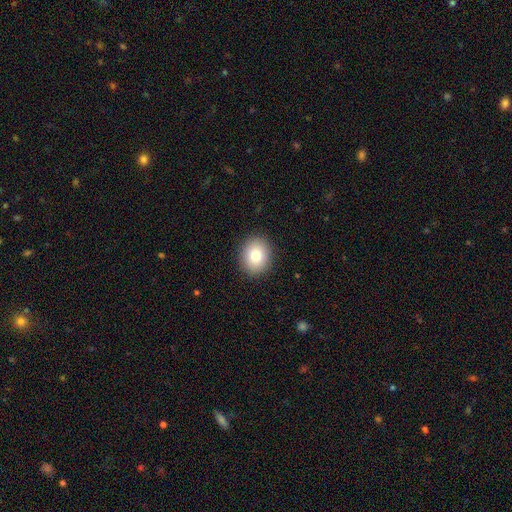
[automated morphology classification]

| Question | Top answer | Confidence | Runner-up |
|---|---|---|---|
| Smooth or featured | smooth | 81% | featured or disk (10%) |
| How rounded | round | 62% | in between (37%) |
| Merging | none | 90% | minor disturbance (7%) |